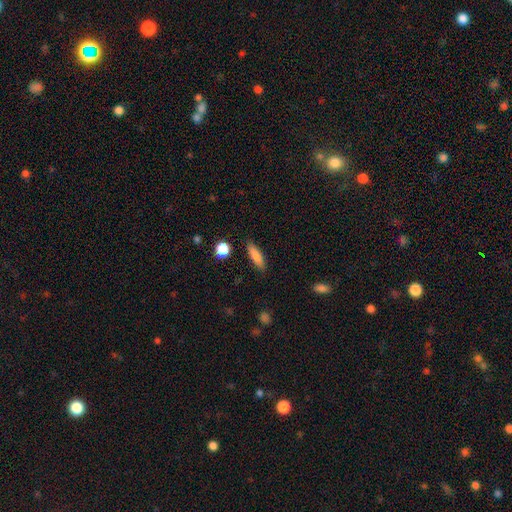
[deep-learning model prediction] A smooth galaxy with no disk features (85%) that is cigar-shaped (60%).

Vote fractions:
- Smooth or featured? smooth: 85% / featured or disk: 8% / star or artifact: 8%
- How rounded? cigar-shaped: 60% / in between: 37% / round: 2%
- Merging? none: 86% / minor disturbance: 9% / major disturbance: 2% / merger: 2%